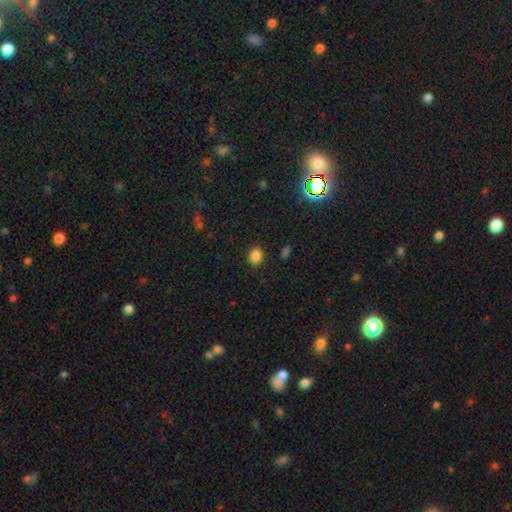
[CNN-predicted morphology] Q: Smooth or featured?
A: smooth (85%); runner-up: star or artifact (11%)
Q: How rounded?
A: round (55%); runner-up: in between (44%)
Q: Merging?
A: none (88%); runner-up: minor disturbance (8%)